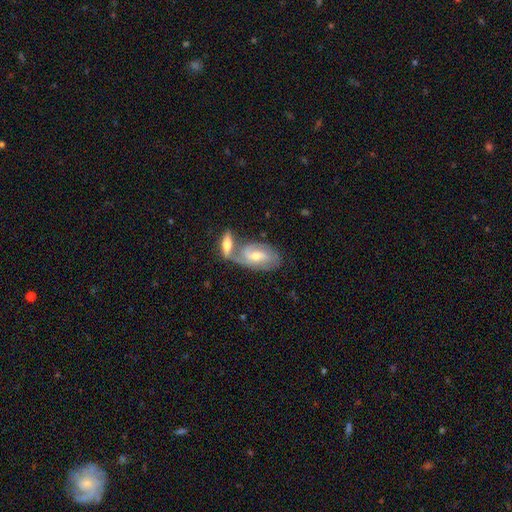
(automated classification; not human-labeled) Overall: featured or disk (60%; smooth 34%). Edge-on disk: no (88%). Bar: weak (46%; no 41%). Spiral arms: yes (82%). Bulge size: moderate (59%; small 32%). Merging: merger (44%; none 36%).